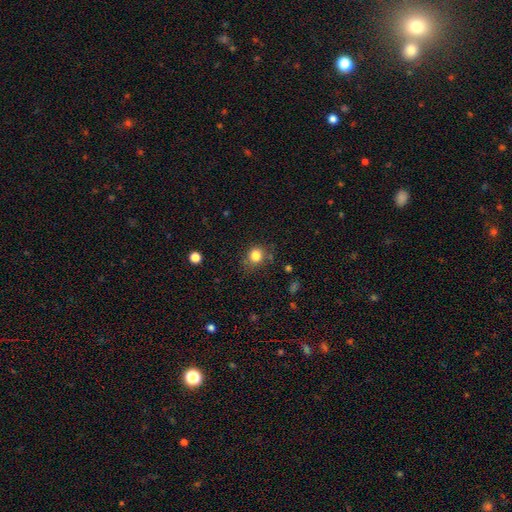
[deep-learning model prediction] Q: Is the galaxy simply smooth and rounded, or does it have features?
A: smooth — 83%.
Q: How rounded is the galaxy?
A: round — 70%.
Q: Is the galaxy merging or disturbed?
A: none — 70%.